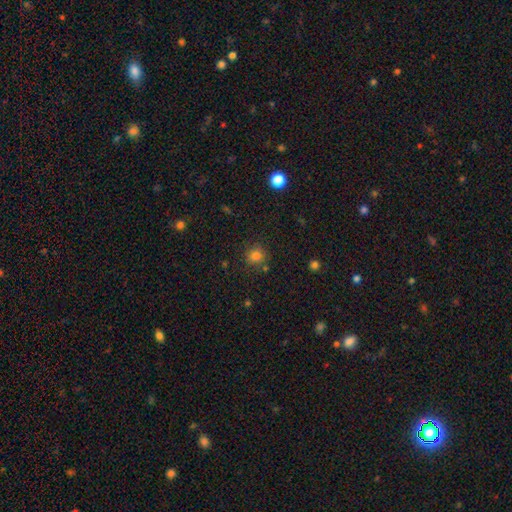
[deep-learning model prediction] smooth 80%, star or artifact 14%, featured or disk 5%. Down the decision tree: how rounded — round (87%); merging — none (80%).